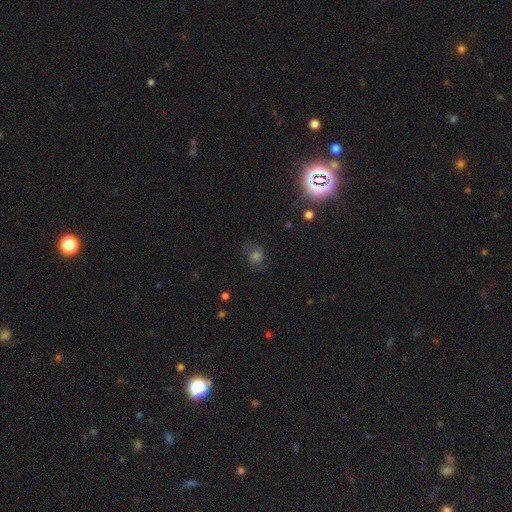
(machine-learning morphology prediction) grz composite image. It shows a smooth galaxy with no disk features (39%). Merging: none (74%).